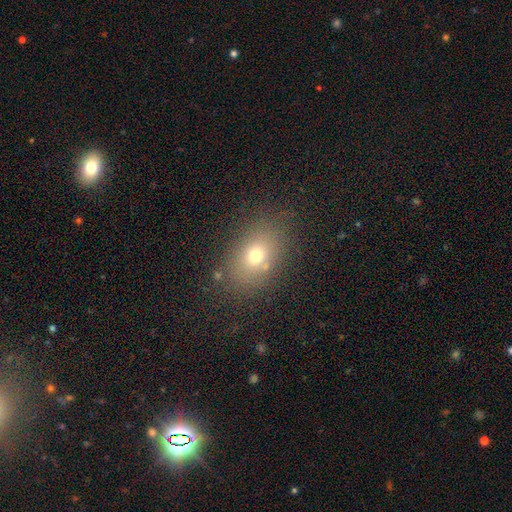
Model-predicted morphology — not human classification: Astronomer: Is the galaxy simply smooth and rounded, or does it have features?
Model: smooth — 70%.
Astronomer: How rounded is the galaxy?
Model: in between — 74%.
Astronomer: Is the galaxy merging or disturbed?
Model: none — 80%.